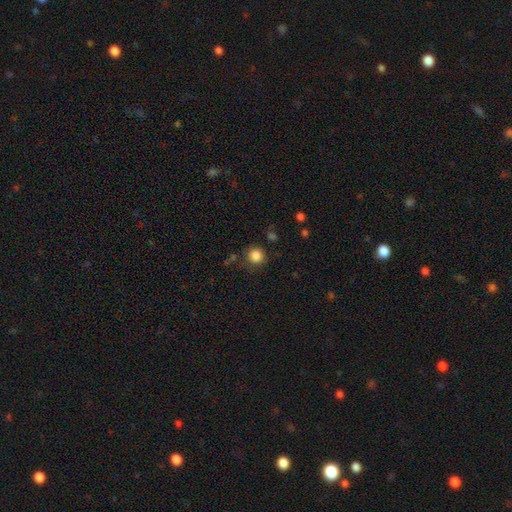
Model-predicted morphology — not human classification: Overall: smooth (85%). How rounded: round (91%). Merging: none (82%).